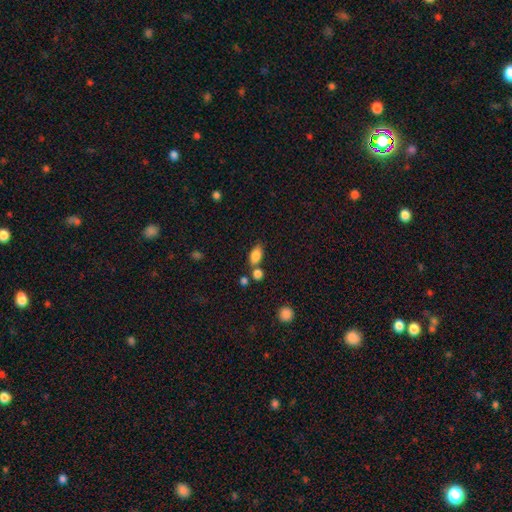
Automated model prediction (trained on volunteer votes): A smooth galaxy with no disk features (83%) that is in between round and cigar-shaped (86%). Merging: none (61%).